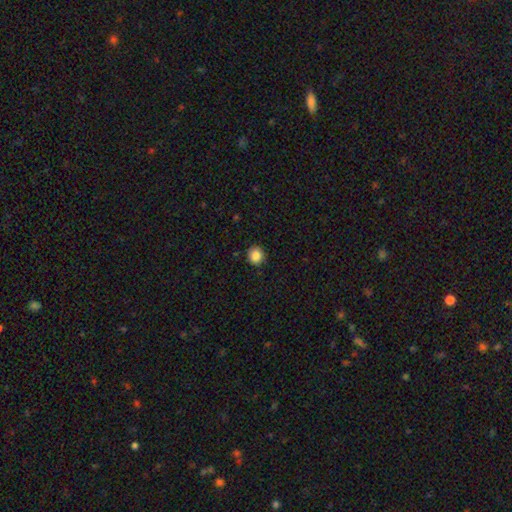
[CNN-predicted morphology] The model was most divided on "how rounded": round: 86%, in between: 13%, cigar-shaped: 1%. More confident: merging — none (90%); smooth or featured — smooth (86%).